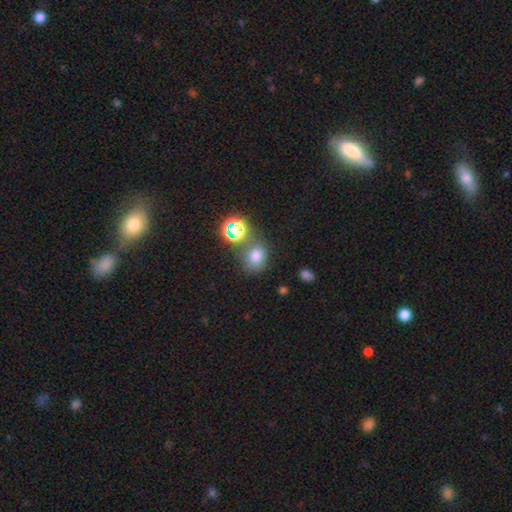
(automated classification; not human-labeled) Q: Smooth or featured?
A: smooth (71%); runner-up: star or artifact (21%)
Q: How rounded?
A: round (65%); runner-up: in between (34%)
Q: Merging?
A: none (59%); runner-up: merger (19%)